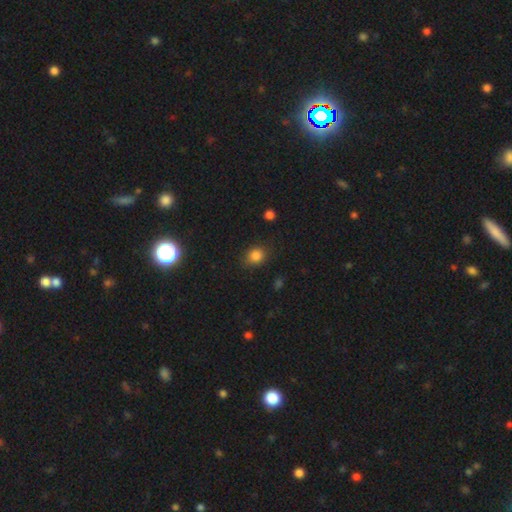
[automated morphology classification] A smooth galaxy with no disk features (83%) that is round (64%). Merging: none (81%).